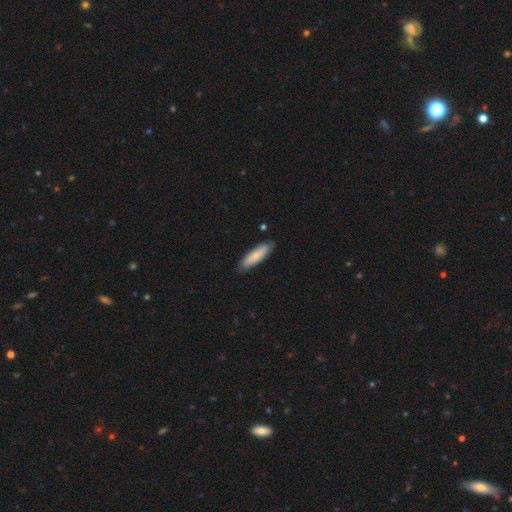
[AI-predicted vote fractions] smooth-or-featured: smooth: 77% | featured or disk: 18% | star or artifact: 5%
  how-rounded: cigar-shaped: 65% | in between: 34% | round: 1%
  merging: none: 84% | minor disturbance: 13% | major disturbance: 2% | merger: 1%